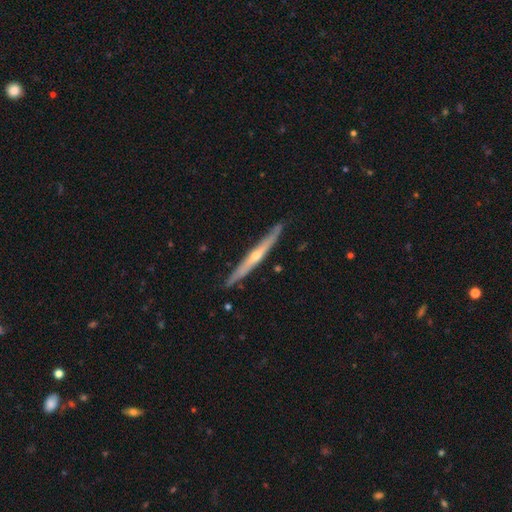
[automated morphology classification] This is likely a featured or disk galaxy (72%). It is clearly viewed edge-on (97%). Edge-on bulge: likely rounded (71%). Merging: clearly none (89%).